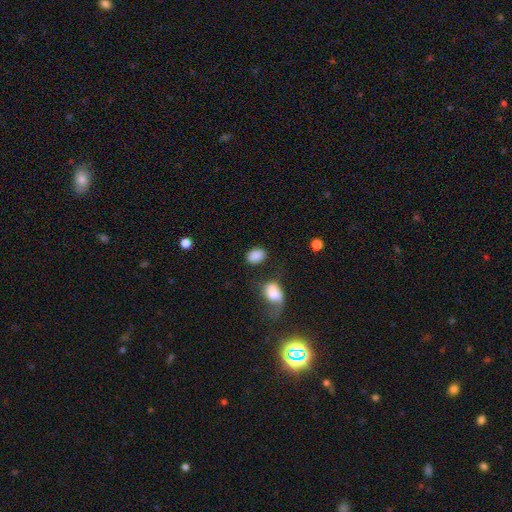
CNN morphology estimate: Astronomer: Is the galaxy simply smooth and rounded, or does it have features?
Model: smooth — 86%.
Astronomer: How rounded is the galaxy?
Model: in between — 76%.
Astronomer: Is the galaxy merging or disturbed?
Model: none — 68%.